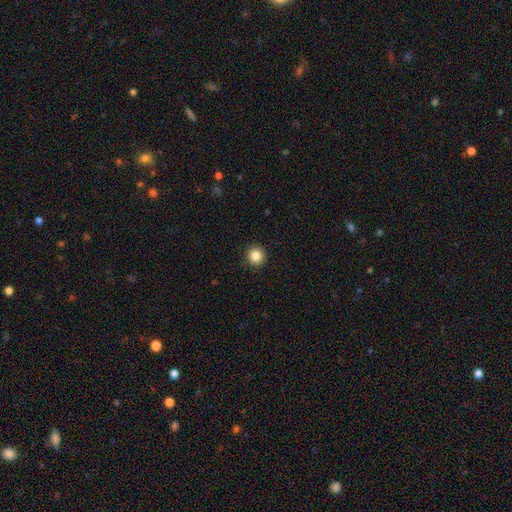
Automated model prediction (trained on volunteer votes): Q: Smooth or featured?
A: smooth (85%); runner-up: star or artifact (11%)
Q: How rounded?
A: round (95%); runner-up: in between (4%)
Q: Merging?
A: none (93%); runner-up: minor disturbance (5%)